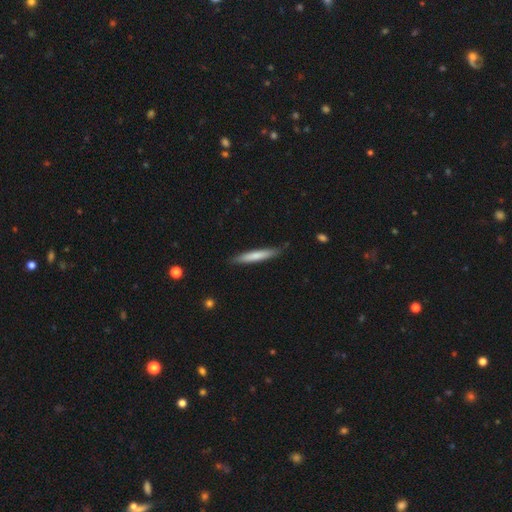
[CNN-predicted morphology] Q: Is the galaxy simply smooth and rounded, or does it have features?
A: smooth — 69%.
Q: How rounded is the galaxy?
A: cigar-shaped — 93%.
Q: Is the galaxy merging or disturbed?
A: none — 86%.